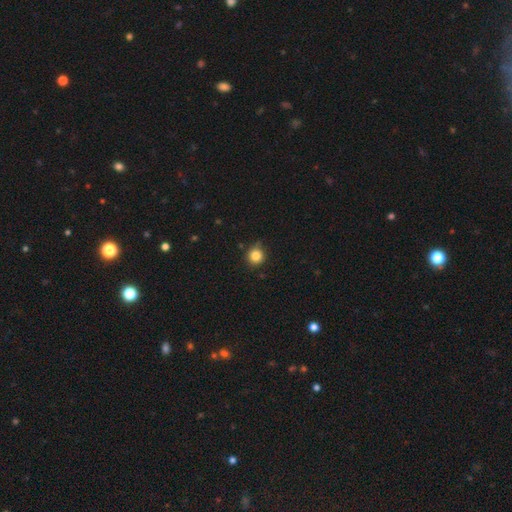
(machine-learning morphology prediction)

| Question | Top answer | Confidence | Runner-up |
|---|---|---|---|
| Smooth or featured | smooth | 84% | star or artifact (11%) |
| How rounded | round | 91% | in between (8%) |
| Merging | none | 80% | minor disturbance (16%) |